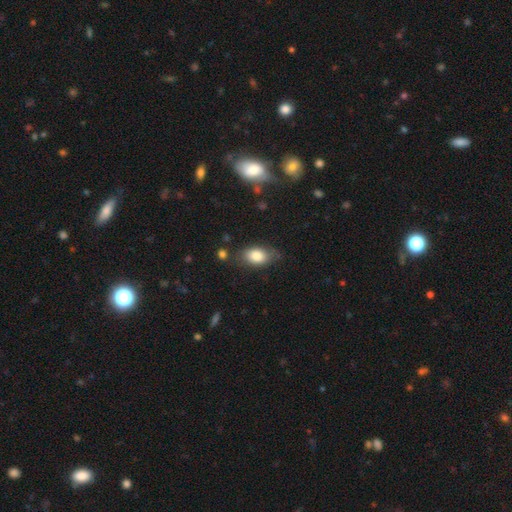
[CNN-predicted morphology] Smooth or featured? smooth (82%)
How rounded? in between (89%)
Merging? none (69%)